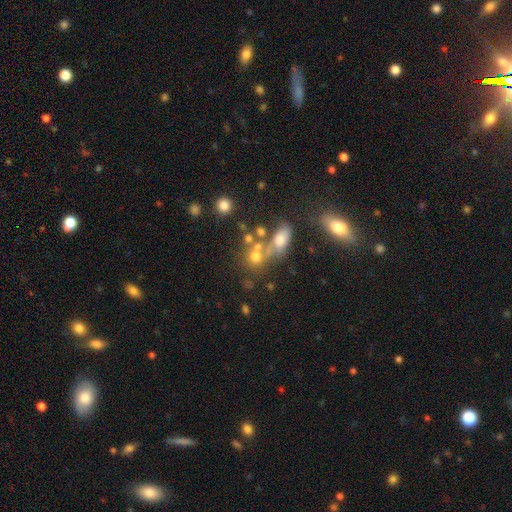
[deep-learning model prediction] Smooth or featured?
  - smooth: 61% *
  - featured or disk: 21%
  - star or artifact: 18%
How rounded?
  - round: 64% *
  - in between: 33%
  - cigar-shaped: 3%
Merging?
  - merger: 43% *
  - none: 36%
  - minor disturbance: 11%
  - major disturbance: 10%